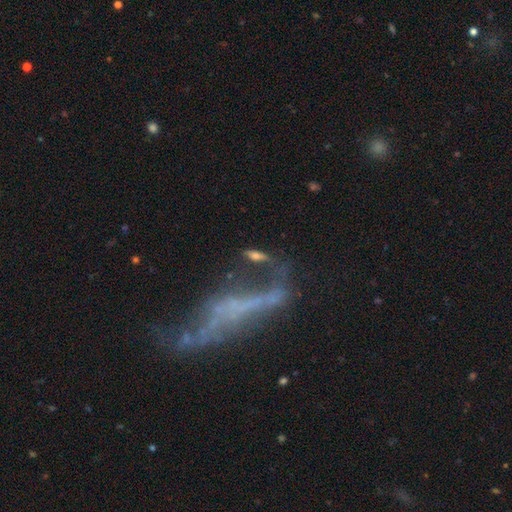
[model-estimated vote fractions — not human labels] Q: Smooth or featured?
A: smooth (58%); runner-up: featured or disk (30%)
Q: How rounded?
A: in between (51%); runner-up: cigar-shaped (41%)
Q: Merging?
A: none (55%); runner-up: minor disturbance (17%)